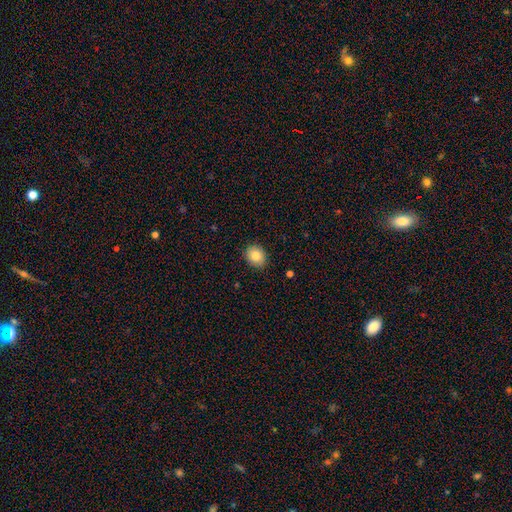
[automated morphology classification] Smooth or featured? smooth (86%)
How rounded? round (53%)
Merging? none (87%)